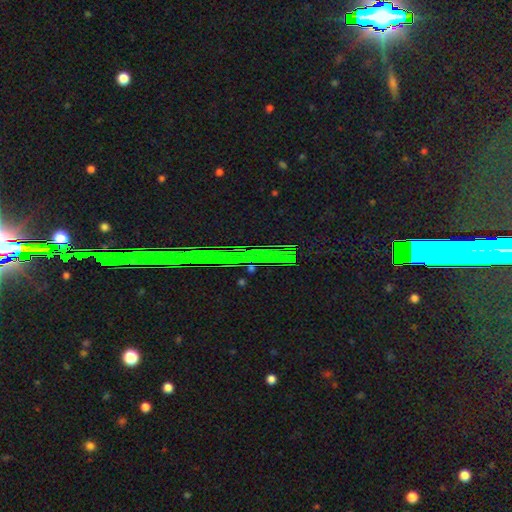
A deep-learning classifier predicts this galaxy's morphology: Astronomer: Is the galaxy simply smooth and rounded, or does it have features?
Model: star or artifact — 86%.